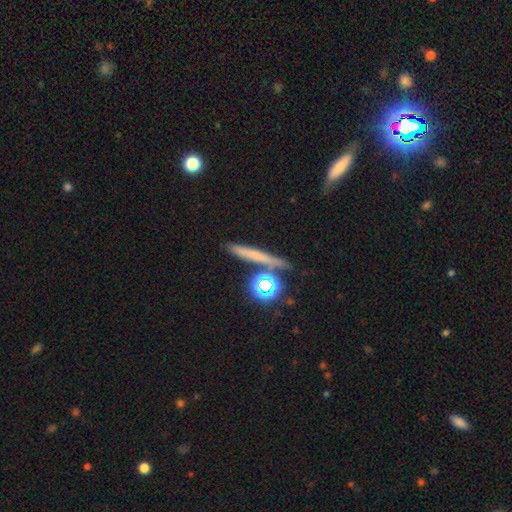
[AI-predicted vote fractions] Smooth or featured?
  - smooth: 52% *
  - featured or disk: 29%
  - star or artifact: 18%
How rounded?
  - cigar-shaped: 72% *
  - round: 19%
  - in between: 9%
Merging?
  - none: 77% *
  - minor disturbance: 11%
  - merger: 9%
  - major disturbance: 4%